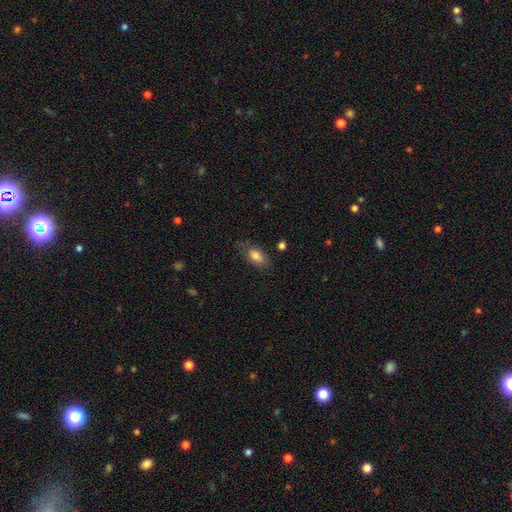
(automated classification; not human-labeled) This appears to be a smooth galaxy with no disk features (80%) that is in between round and cigar-shaped (88%). Merging: none (70%).